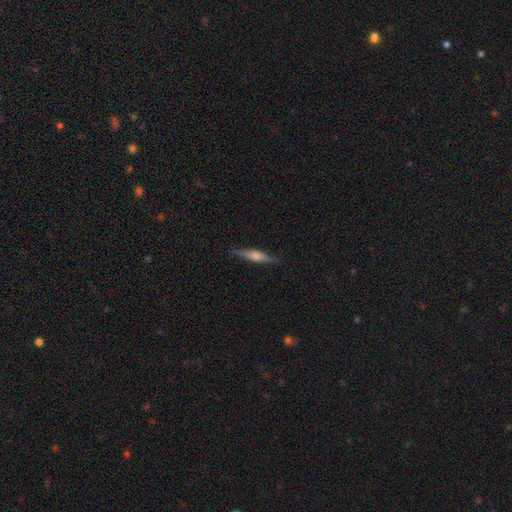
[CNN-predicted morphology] featured or disk 69%, smooth 25%, star or artifact 7%. Down the decision tree: edge-on disk — yes (96%); edge-on bulge — rounded (77%); merging — none (88%).